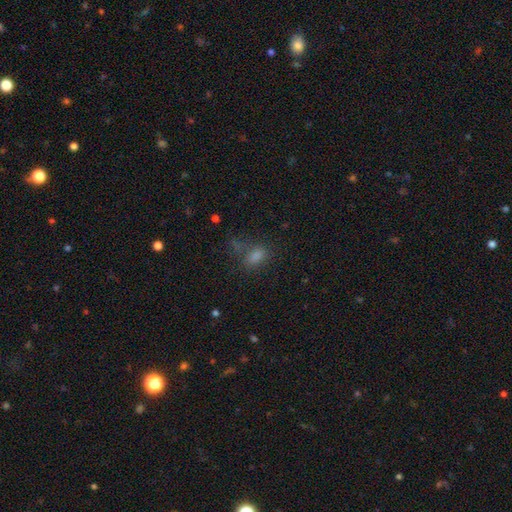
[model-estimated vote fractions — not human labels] Smooth or featured? Predicted: smooth (p=0.69). How rounded? Predicted: in between (p=0.79). Merging? Predicted: none (p=0.62).